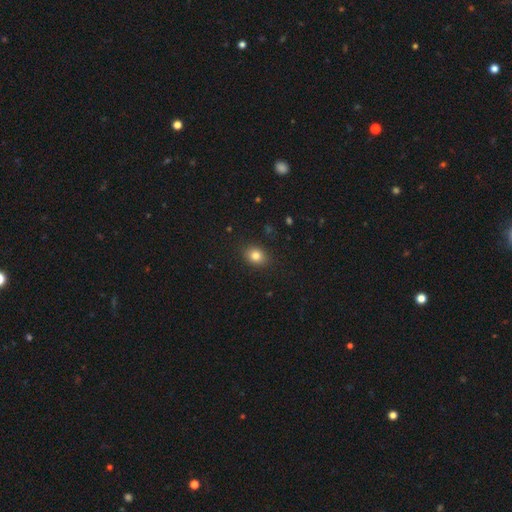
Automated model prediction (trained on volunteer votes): This appears to be a smooth galaxy with no disk features (82%) that is in between round and cigar-shaped (52%). Merging: none (89%).